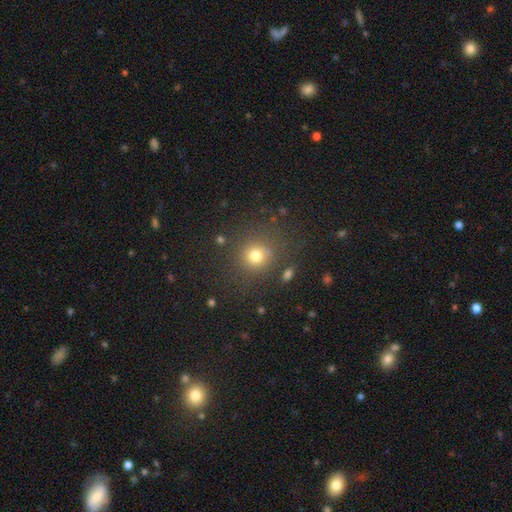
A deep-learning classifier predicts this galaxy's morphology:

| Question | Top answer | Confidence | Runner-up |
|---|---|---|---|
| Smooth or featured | smooth | 76% | star or artifact (16%) |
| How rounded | round | 87% | in between (12%) |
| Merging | none | 79% | minor disturbance (10%) |